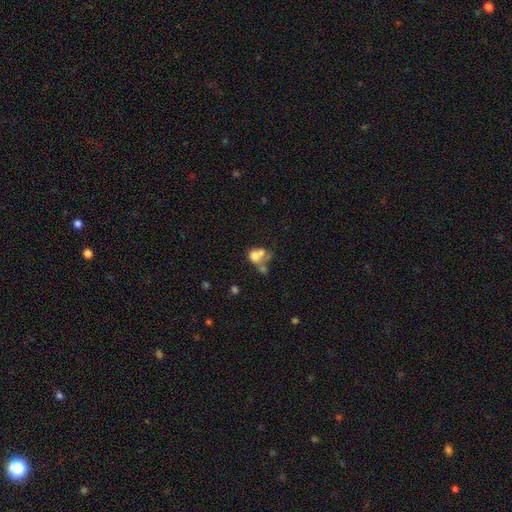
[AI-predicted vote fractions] Smooth or featured?
  - smooth: 64% *
  - featured or disk: 24%
  - star or artifact: 12%
How rounded?
  - round: 52% *
  - in between: 47%
  - cigar-shaped: 1%
Merging?
  - merger: 54% *
  - none: 22%
  - major disturbance: 13%
  - minor disturbance: 11%